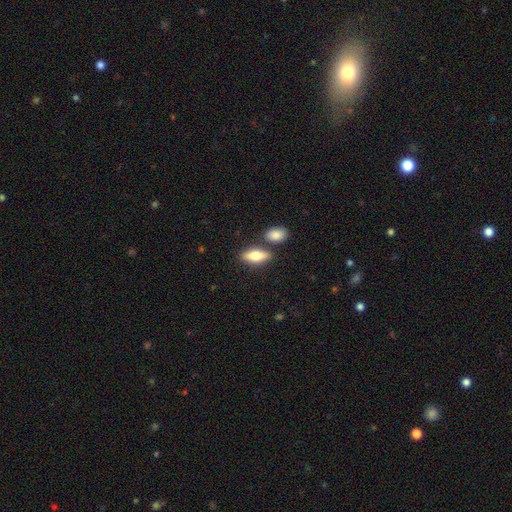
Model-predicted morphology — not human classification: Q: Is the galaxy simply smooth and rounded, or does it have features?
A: smooth — 65%.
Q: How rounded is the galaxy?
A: in between — 67%.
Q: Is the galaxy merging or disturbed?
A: none — 74%.